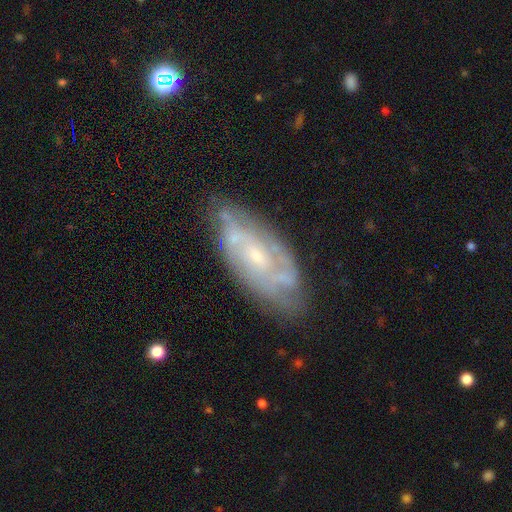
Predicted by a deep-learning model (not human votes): The model was most divided on "spiral winding": tight: 51%, medium: 36%, loose: 12%. Remaining: edge-on disk — no (90%); spiral arms — yes (78%); smooth or featured — featured or disk (75%); merging — none (67%); bar — no (61%); bulge size — small (60%); spiral arm count — can't tell (50%).